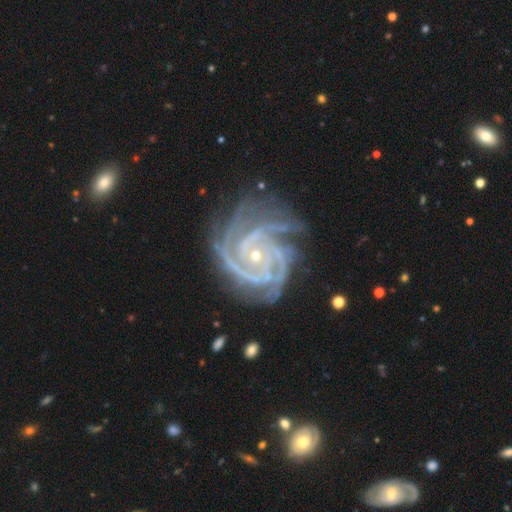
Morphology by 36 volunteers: Smooth or featured?
  - featured or disk: 94% *
  - smooth: 3%
  - star or artifact: 3%
Edge-on disk?
  - no: 100% *
  - yes: 0%
Bar?
  - no: 74% *
  - weak: 15%
  - strong: 12%
Spiral arms?
  - yes: 100% *
  - no: 0%
Spiral winding?
  - tight: 62% *
  - medium: 26%
  - loose: 12%
Spiral arm count?
  - 3: 74% *
  - 4: 12%
  - more than 4: 12%
  - 2: 3%
  - 1: 0%
  - can't tell: 0%
Bulge size?
  - small: 59% *
  - moderate: 35%
  - dominant: 3%
  - none: 3%
  - large: 0%
Merging?
  - none: 57% *
  - minor disturbance: 31%
  - major disturbance: 9%
  - merger: 3%